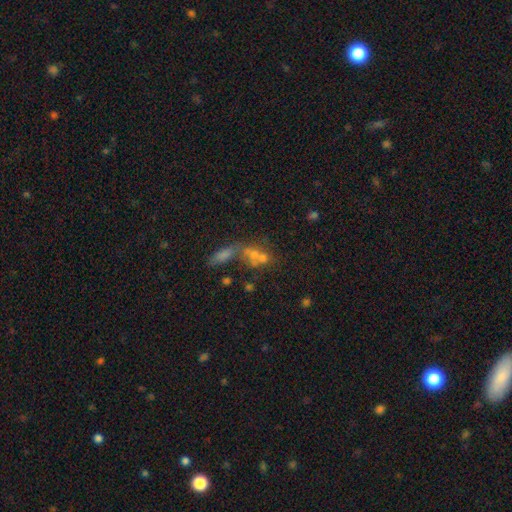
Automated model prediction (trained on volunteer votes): Smooth or featured?
  - smooth: 51% *
  - featured or disk: 27%
  - star or artifact: 22%
How rounded?
  - in between: 54% *
  - round: 36%
  - cigar-shaped: 10%
Merging?
  - merger: 54% *
  - none: 28%
  - major disturbance: 9%
  - minor disturbance: 9%